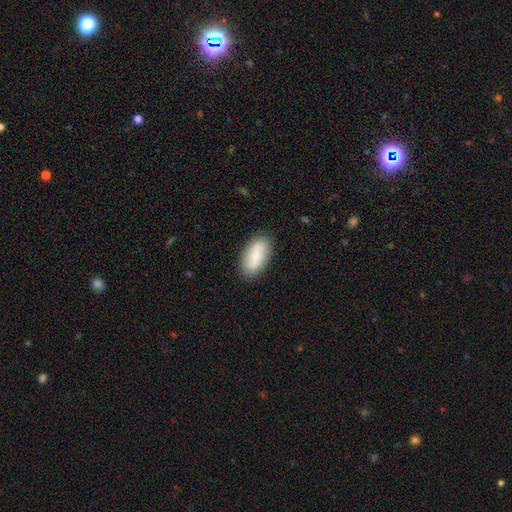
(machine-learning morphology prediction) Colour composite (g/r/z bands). It shows a smooth galaxy with no disk features (62%) that is in between round and cigar-shaped (91%). Merging: none (85%).